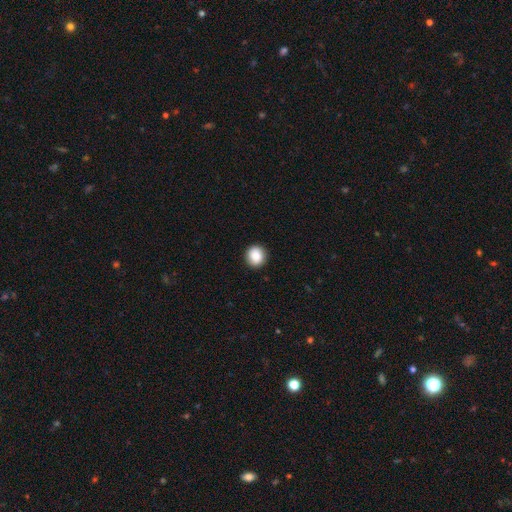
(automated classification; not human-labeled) Morphology: type=smooth (87%); roundness=round (87%); merging=none (90%).